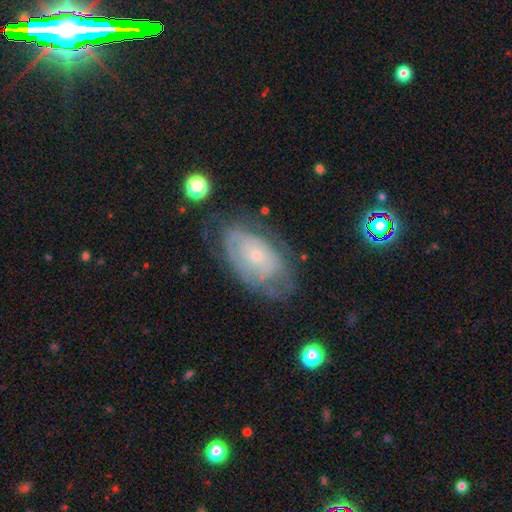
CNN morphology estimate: Overall: featured or disk (63%; smooth 30%). Edge-on disk: no (93%). Bar: no (83%). Spiral arms: yes (64%; no 36%). Bulge size: small (74%). Merging: none (63%; minor disturbance 24%).